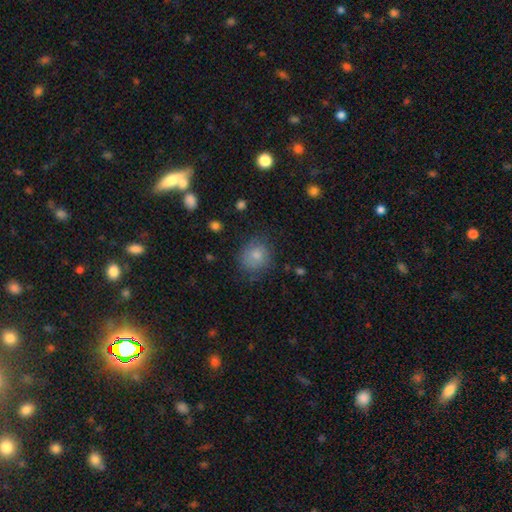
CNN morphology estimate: Smooth or featured?
  - smooth: 79% *
  - featured or disk: 12%
  - star or artifact: 9%
How rounded?
  - round: 78% *
  - in between: 21%
  - cigar-shaped: 1%
Merging?
  - none: 70% *
  - minor disturbance: 21%
  - major disturbance: 7%
  - merger: 2%